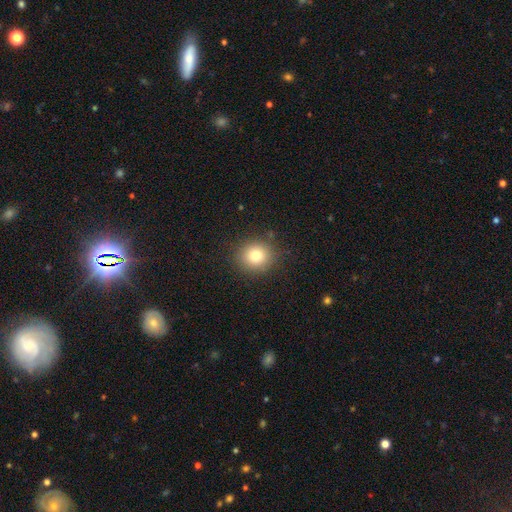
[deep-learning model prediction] The model was most divided on "smooth or featured": smooth: 79%, star or artifact: 12%, featured or disk: 9%. More confident: merging — none (89%); how rounded — round (86%).